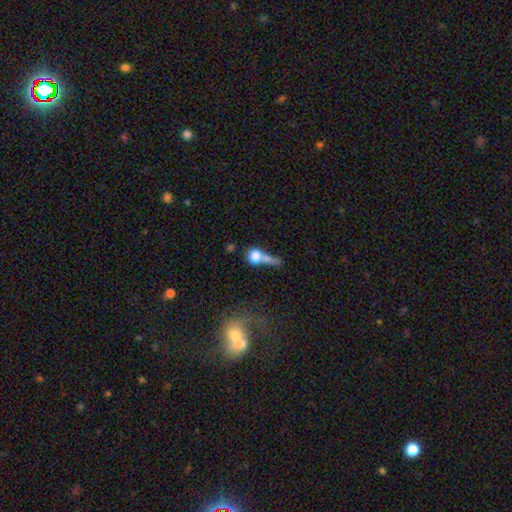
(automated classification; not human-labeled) A smooth galaxy with no disk features (71%) that is round (68%). Merging: merger (48%).